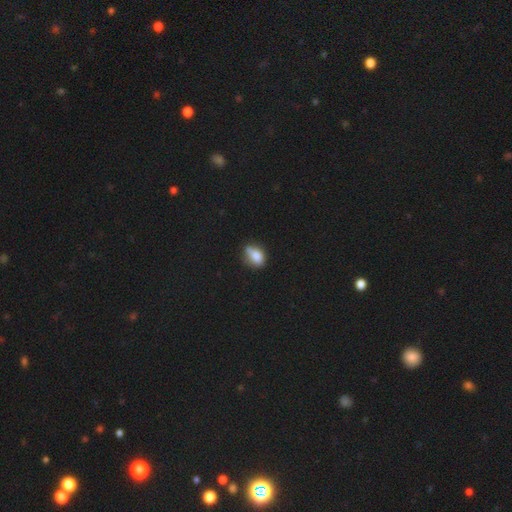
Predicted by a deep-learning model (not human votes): Smooth or featured?
  - smooth: 77% *
  - featured or disk: 13%
  - star or artifact: 10%
How rounded?
  - in between: 73% *
  - round: 23%
  - cigar-shaped: 4%
Merging?
  - none: 44% *
  - minor disturbance: 34%
  - merger: 13%
  - major disturbance: 9%